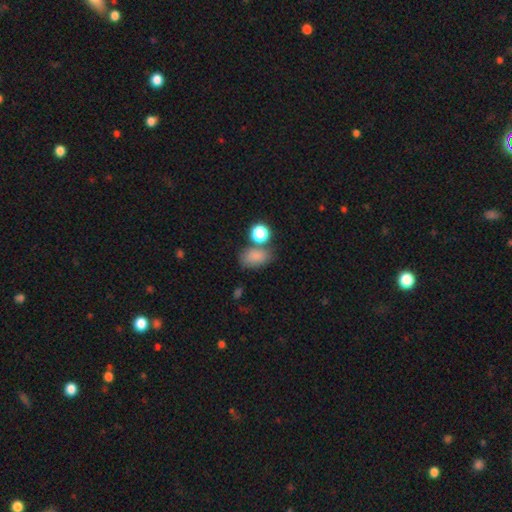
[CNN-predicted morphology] smooth_or_featured: smooth (p=0.82) [alt: star or artifact p=0.11]
how_rounded: in between (p=0.79) [alt: round p=0.20]
merging: none (p=0.58) [alt: merger p=0.20]